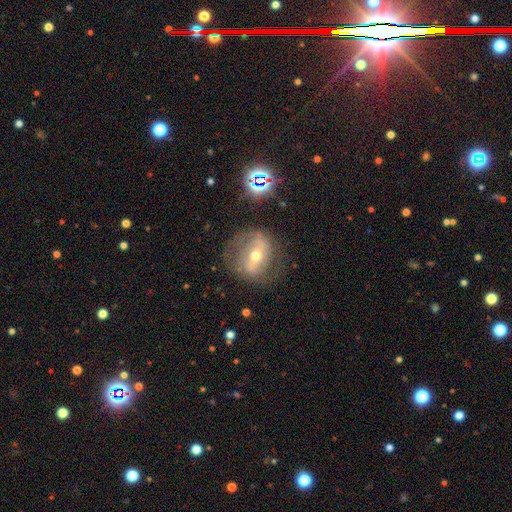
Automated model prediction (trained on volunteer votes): Smooth or featured?
  - featured or disk: 71% *
  - smooth: 18%
  - star or artifact: 10%
Edge-on disk?
  - no: 94% *
  - yes: 6%
Bar?
  - strong: 50% *
  - weak: 32%
  - no: 18%
Spiral arms?
  - yes: 70% *
  - no: 30%
Bulge size?
  - moderate: 60% *
  - small: 36%
  - large: 3%
  - dominant: 1%
  - none: 1%
Merging?
  - none: 67% *
  - minor disturbance: 18%
  - major disturbance: 13%
  - merger: 2%